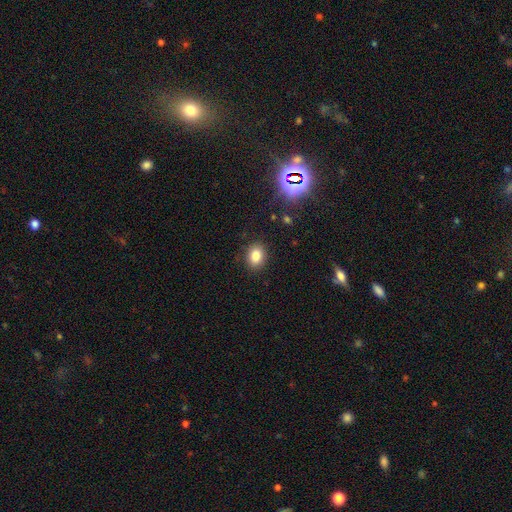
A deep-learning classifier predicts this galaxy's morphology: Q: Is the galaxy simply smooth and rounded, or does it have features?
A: smooth — 81%.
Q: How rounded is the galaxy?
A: in between — 61%.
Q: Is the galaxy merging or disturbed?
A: none — 88%.